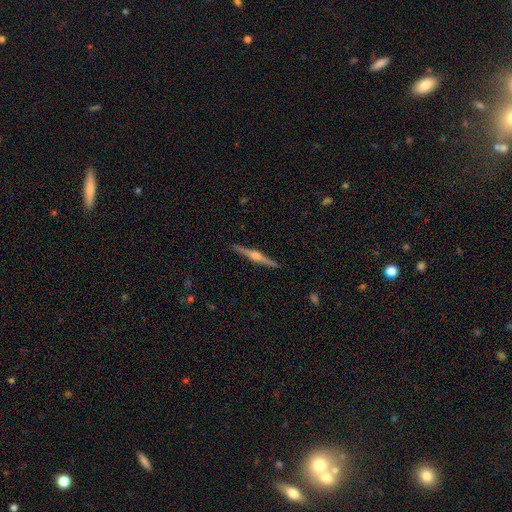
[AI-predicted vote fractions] A featured or disk galaxy (82%) viewed edge-on (99%) with a rounded central bulge (92%). Merging: none (92%).